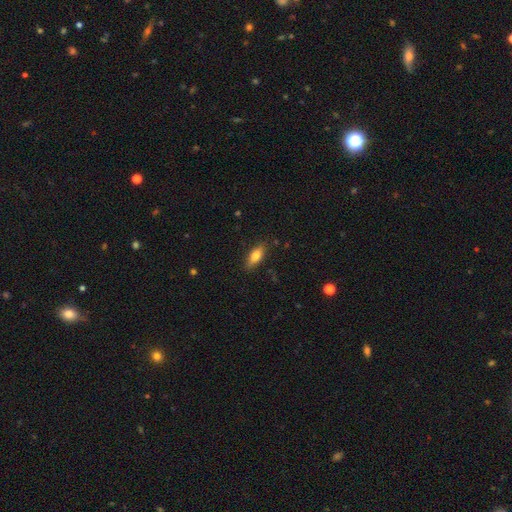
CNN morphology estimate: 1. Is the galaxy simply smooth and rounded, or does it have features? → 76% smooth, 17% featured or disk, 7% star or artifact.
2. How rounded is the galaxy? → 76% in between, 21% cigar-shaped, 3% round.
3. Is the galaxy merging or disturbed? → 85% none, 12% minor disturbance, 2% major disturbance, 1% merger.